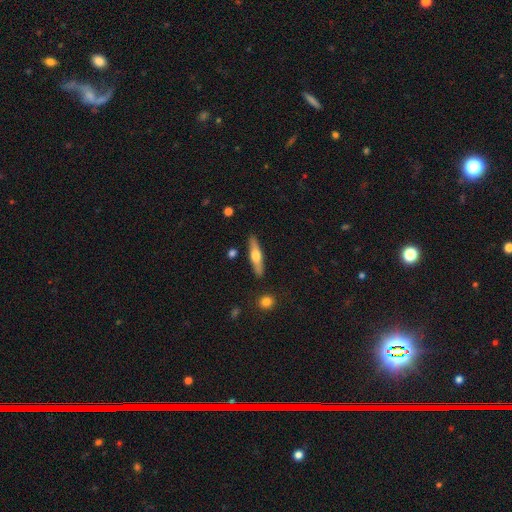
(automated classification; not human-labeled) Smooth or featured: featured or disk — 48% (smooth — 46%)
Merging: none — 87% (minor disturbance — 9%)